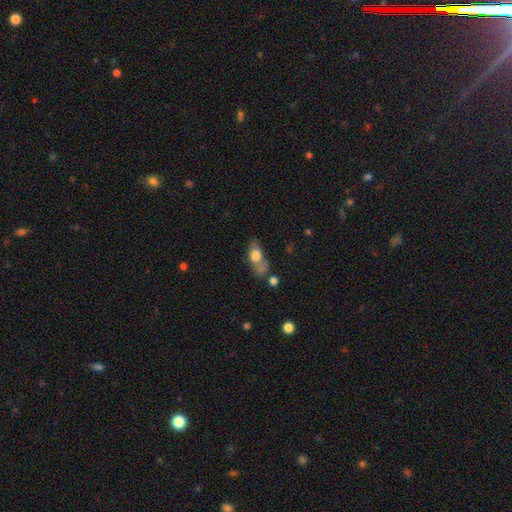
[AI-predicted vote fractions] Q: Smooth or featured?
A: smooth (69%); runner-up: featured or disk (23%)
Q: How rounded?
A: in between (75%); runner-up: cigar-shaped (13%)
Q: Merging?
A: none (43%); runner-up: minor disturbance (23%)